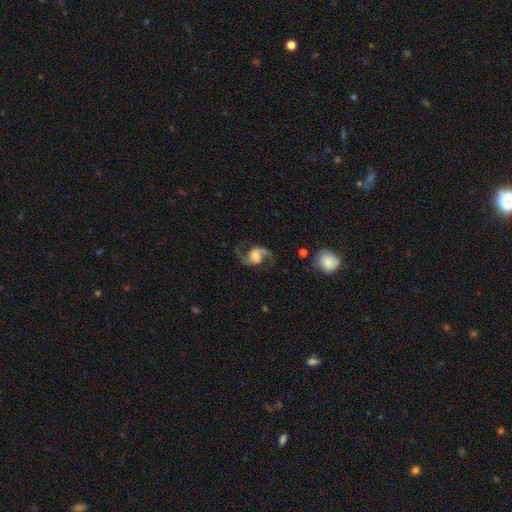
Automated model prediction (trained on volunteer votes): featured or disk 88%, smooth 6%, star or artifact 6%. Down the decision tree: edge-on disk — no (98%); bar — weak (43%); spiral arms — yes (97%); spiral arm count — 2 (94%); spiral winding — loose (58%); bulge size — large (35%); merging — none (76%).